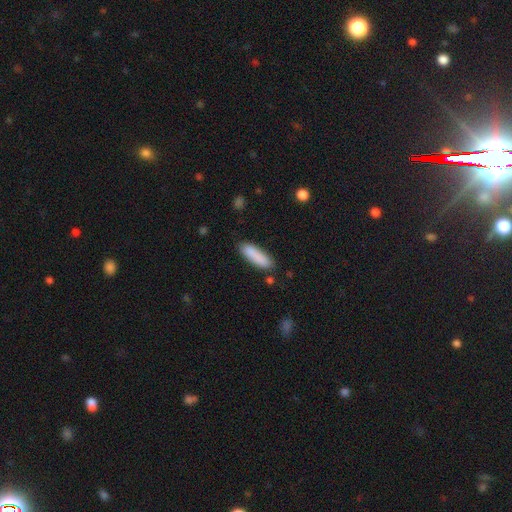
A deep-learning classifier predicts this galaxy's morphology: Smooth or featured: smooth — 87% (featured or disk — 7%)
How rounded: cigar-shaped — 59% (in between — 39%)
Merging: none — 82% (minor disturbance — 12%)